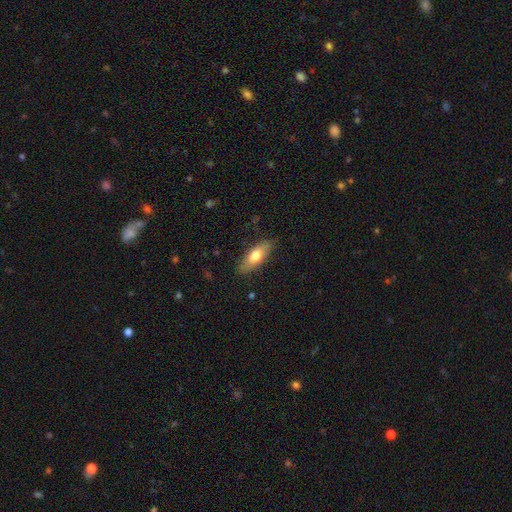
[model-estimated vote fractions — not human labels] Smooth or featured? smooth (70%)
How rounded? in between (71%)
Merging? none (83%)